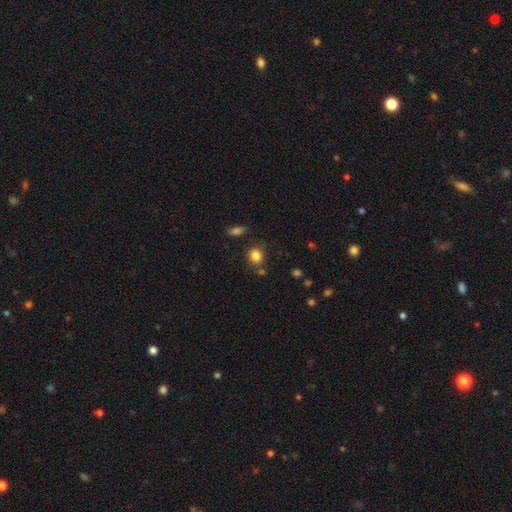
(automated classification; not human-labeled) The model was most divided on "how rounded": round: 80%, in between: 19%, cigar-shaped: 1%. More confident: smooth or featured — smooth (84%); merging — none (77%).